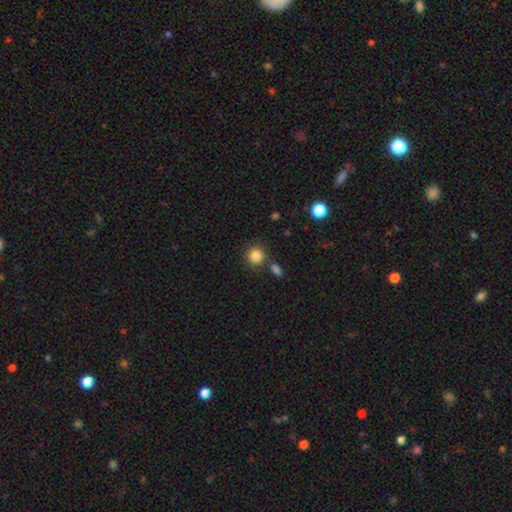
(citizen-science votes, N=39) Morphology: type=smooth (87%); roundness=round (85%); merging=none (75%).